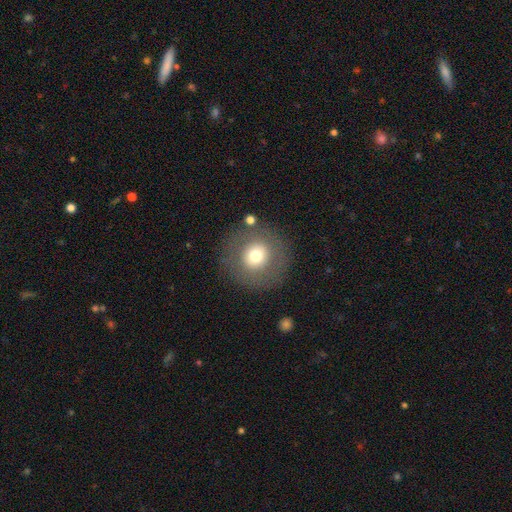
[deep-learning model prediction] smooth-or-featured: smooth: 68% | featured or disk: 20% | star or artifact: 12%
  how-rounded: round: 94% | in between: 5% | cigar-shaped: 1%
  merging: none: 84% | minor disturbance: 8% | major disturbance: 5% | merger: 3%